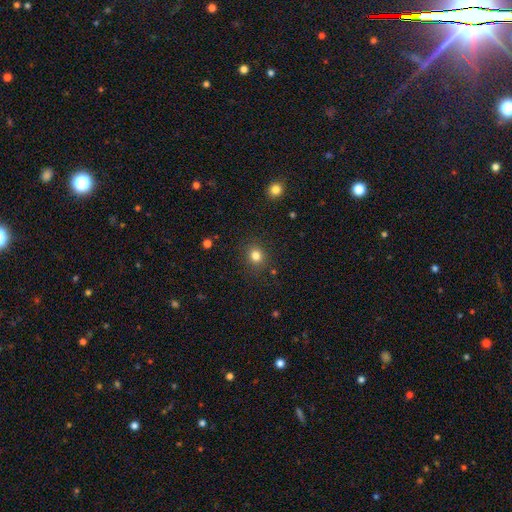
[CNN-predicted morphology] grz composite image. It shows a smooth galaxy with no disk features (81%) that is round (82%). Merging: none (88%).